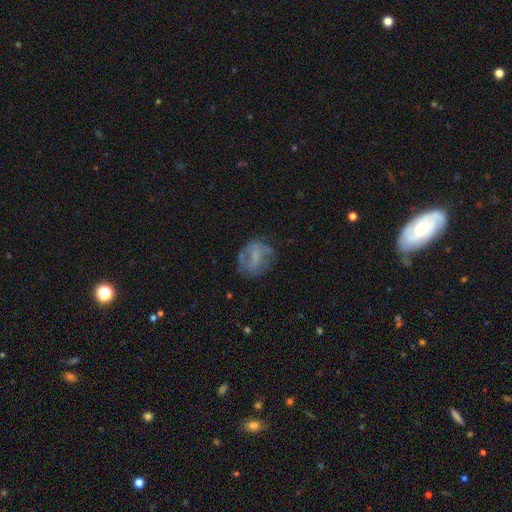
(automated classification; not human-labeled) Q: Smooth or featured?
A: featured or disk (47%); runner-up: smooth (43%)
Q: Merging?
A: none (58%); runner-up: minor disturbance (23%)